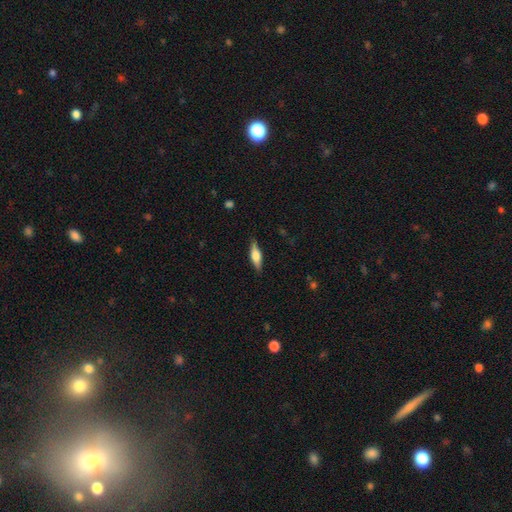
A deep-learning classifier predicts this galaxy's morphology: This appears to be a smooth galaxy with no disk features (54%) that is cigar-shaped (51%). Merging: none (85%).